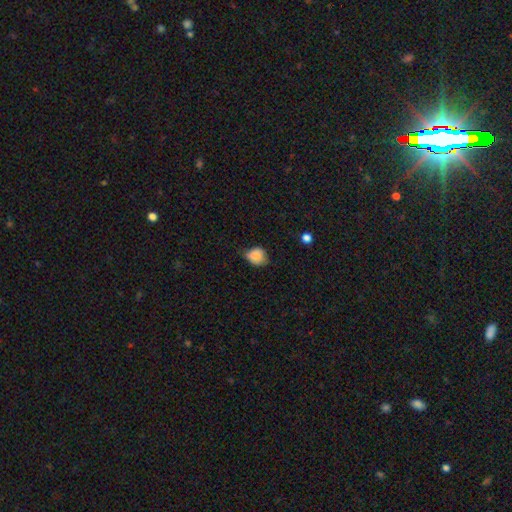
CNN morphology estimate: Smooth or featured? smooth (85%)
How rounded? round (59%)
Merging? none (53%)